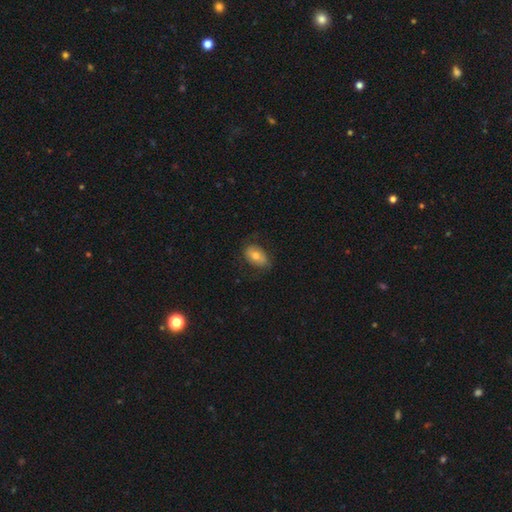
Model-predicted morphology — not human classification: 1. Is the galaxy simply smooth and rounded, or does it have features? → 67% smooth, 25% featured or disk, 8% star or artifact.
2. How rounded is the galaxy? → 87% in between, 11% round, 2% cigar-shaped.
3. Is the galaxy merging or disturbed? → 74% none, 18% minor disturbance, 7% major disturbance, 1% merger.